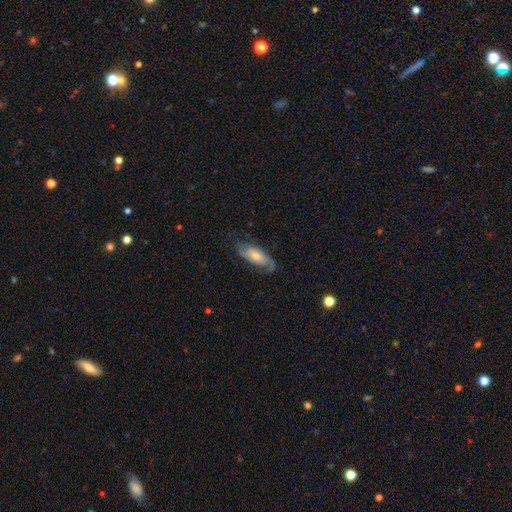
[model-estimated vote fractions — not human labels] Smooth or featured? Predicted: featured or disk (p=0.55). Edge-on disk? Predicted: no (p=0.87). Merging? Predicted: none (p=0.63).